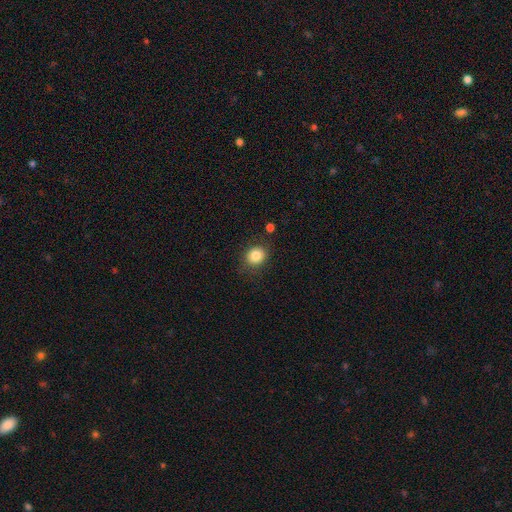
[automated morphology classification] The model was most divided on "how rounded": round: 73%, in between: 26%, cigar-shaped: 1%. More confident: smooth or featured — smooth (83%); merging — none (82%).